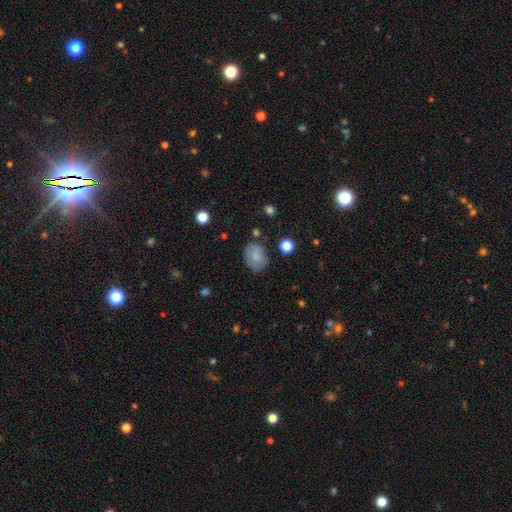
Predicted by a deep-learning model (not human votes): Smooth or featured?
  - smooth: 80% *
  - featured or disk: 12%
  - star or artifact: 8%
How rounded?
  - in between: 69% *
  - round: 30%
  - cigar-shaped: 1%
Merging?
  - none: 73% *
  - minor disturbance: 19%
  - major disturbance: 5%
  - merger: 3%